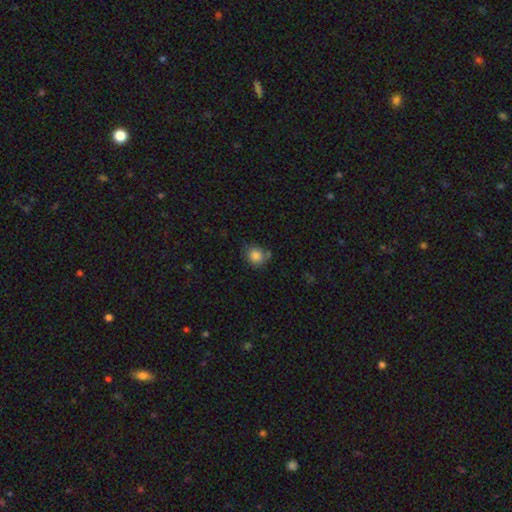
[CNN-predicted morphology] Overall: smooth (84%). How rounded: round (80%). Merging: none (67%).